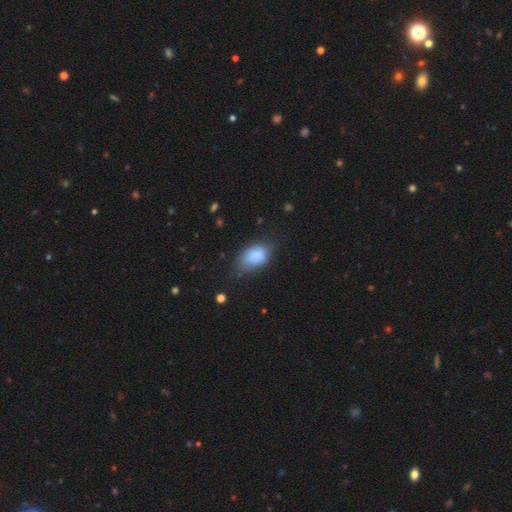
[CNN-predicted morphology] This appears to be a smooth galaxy with no disk features (84%) that is in between round and cigar-shaped (88%). Merging: none (54%).